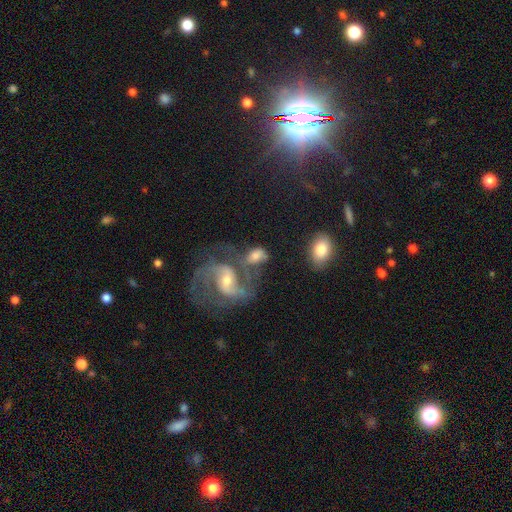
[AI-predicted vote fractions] This appears to be a featured or disk galaxy (55%) with a weak bar (44%), spiral arms (80%) and a moderate central bulge (51%). Merging: merger (40%).